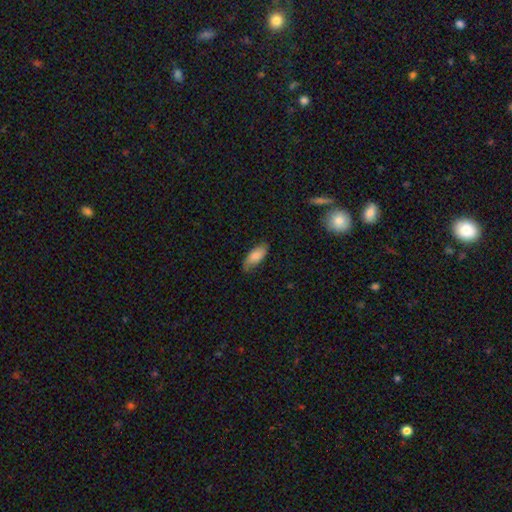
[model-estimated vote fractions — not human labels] Q: Smooth or featured?
A: smooth (79%); runner-up: featured or disk (15%)
Q: How rounded?
A: in between (83%); runner-up: cigar-shaped (15%)
Q: Merging?
A: none (73%); runner-up: minor disturbance (22%)